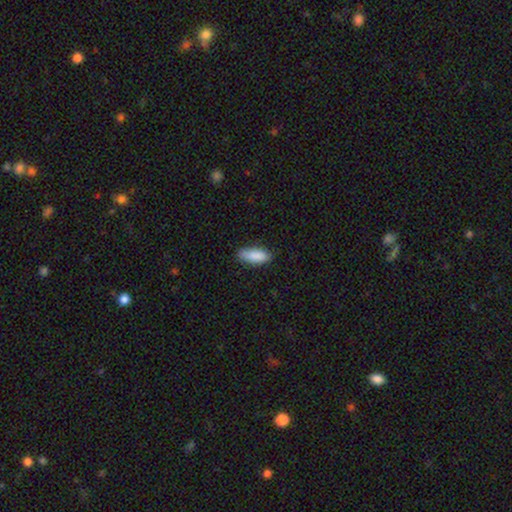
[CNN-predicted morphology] This appears to be a smooth galaxy with no disk features (89%) that is in between round and cigar-shaped (76%). Merging: none (80%).